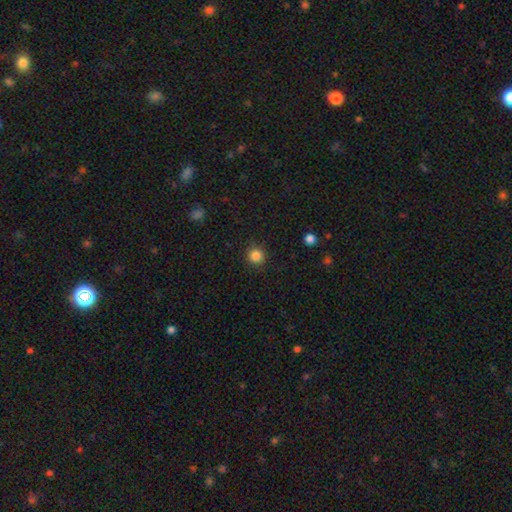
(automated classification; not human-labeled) Smooth or featured? Predicted: smooth (p=0.85). How rounded? Predicted: round (p=0.93). Merging? Predicted: none (p=0.88).